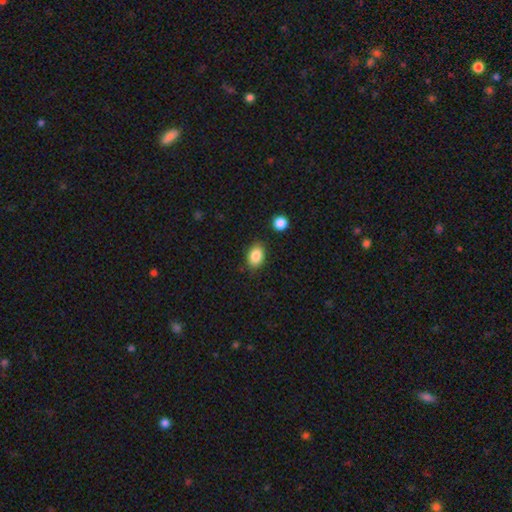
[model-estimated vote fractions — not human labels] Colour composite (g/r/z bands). It shows a smooth galaxy with no disk features (87%) that is in between round and cigar-shaped (81%). Merging: none (83%).